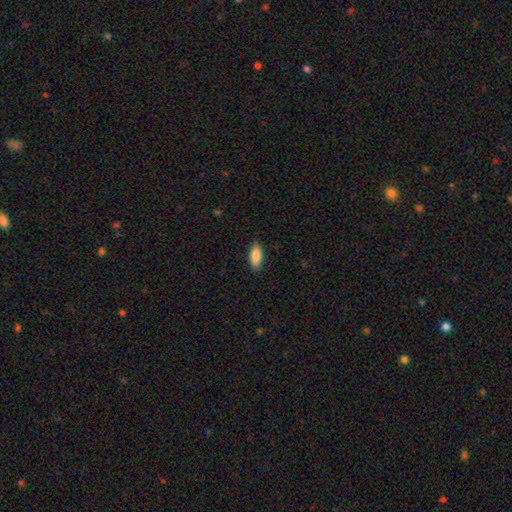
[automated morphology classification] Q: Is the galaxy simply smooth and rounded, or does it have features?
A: smooth — 88%.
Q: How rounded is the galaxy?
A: in between — 79%.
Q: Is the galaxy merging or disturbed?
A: none — 88%.